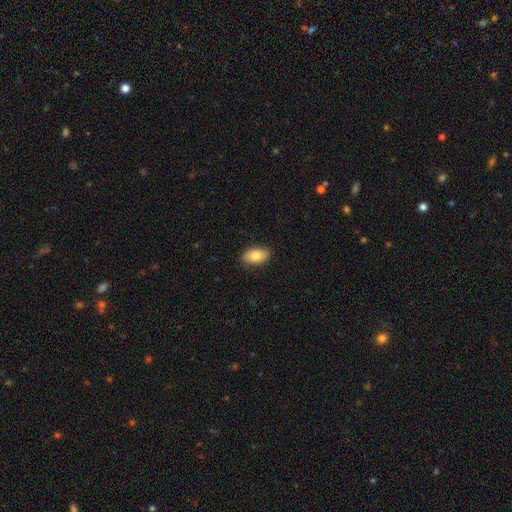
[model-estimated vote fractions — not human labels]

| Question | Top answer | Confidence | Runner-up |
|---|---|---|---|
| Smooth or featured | smooth | 81% | featured or disk (12%) |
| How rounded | in between | 92% | round (5%) |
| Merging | none | 88% | minor disturbance (9%) |